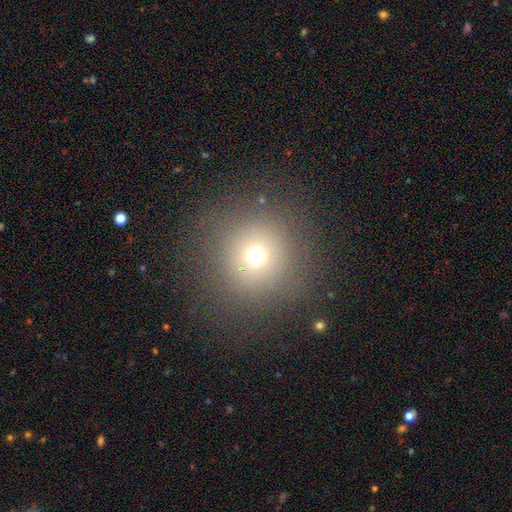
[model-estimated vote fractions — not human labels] A smooth galaxy with no disk features (67%) that is round (94%).

Vote fractions:
- Smooth or featured? smooth: 67% / star or artifact: 22% / featured or disk: 11%
- How rounded? round: 94% / in between: 5% / cigar-shaped: 1%
- Merging? none: 85% / minor disturbance: 8% / major disturbance: 5% / merger: 2%